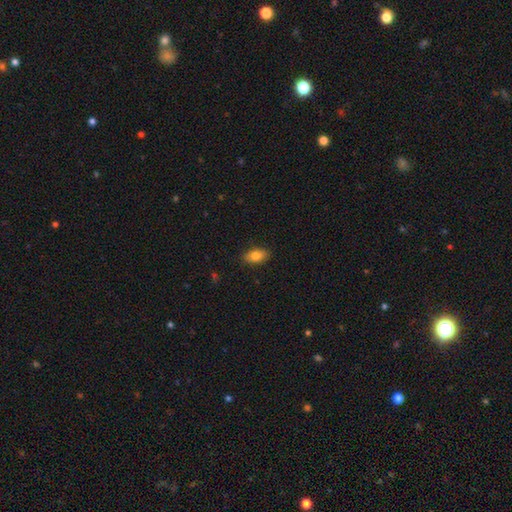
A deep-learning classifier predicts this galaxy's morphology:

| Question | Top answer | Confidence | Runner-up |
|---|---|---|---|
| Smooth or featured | smooth | 82% | featured or disk (10%) |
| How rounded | in between | 90% | round (6%) |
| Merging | none | 88% | minor disturbance (9%) |